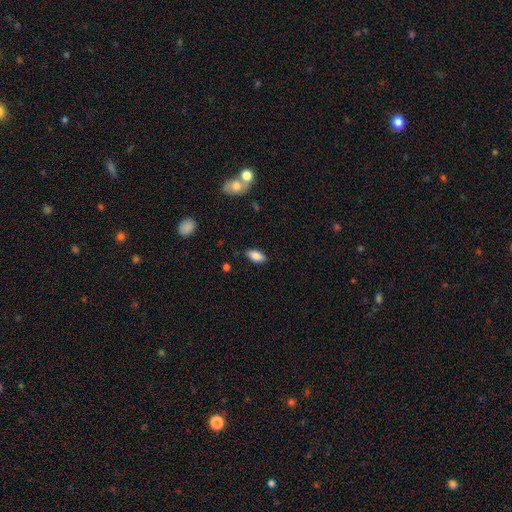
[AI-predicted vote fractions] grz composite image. It shows a smooth galaxy with no disk features (84%) that is in between round and cigar-shaped (90%). Merging: none (83%).